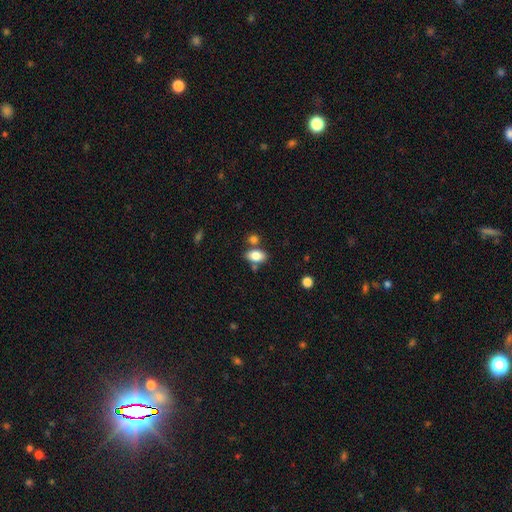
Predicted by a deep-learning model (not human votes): Smooth or featured: smooth — 83% (star or artifact — 9%)
How rounded: in between — 87% (round — 11%)
Merging: none — 65% (merger — 18%)